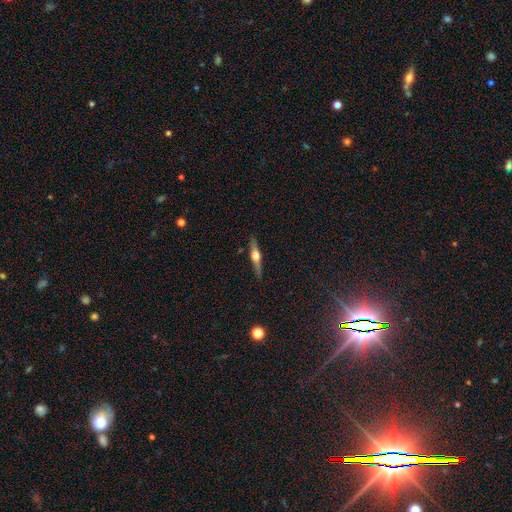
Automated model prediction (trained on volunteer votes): Q: Smooth or featured?
A: featured or disk (73%); runner-up: smooth (21%)
Q: Edge-on disk?
A: yes (98%); runner-up: no (2%)
Q: Edge-on bulge?
A: rounded (94%); runner-up: boxy (4%)
Q: Merging?
A: none (88%); runner-up: minor disturbance (8%)